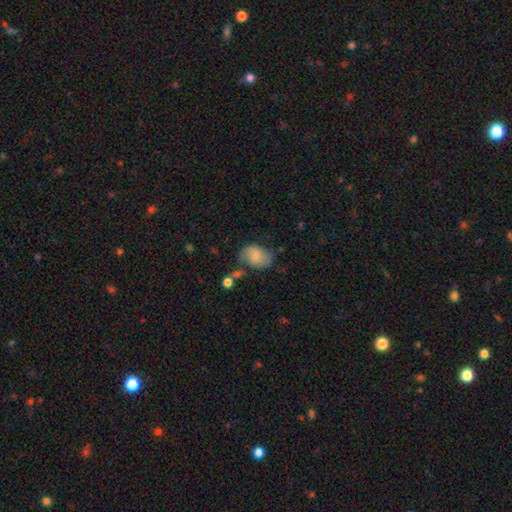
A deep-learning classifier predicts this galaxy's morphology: This is possibly a smooth galaxy (56%). How rounded: likely in between (76%). Merging: possibly none (56%).